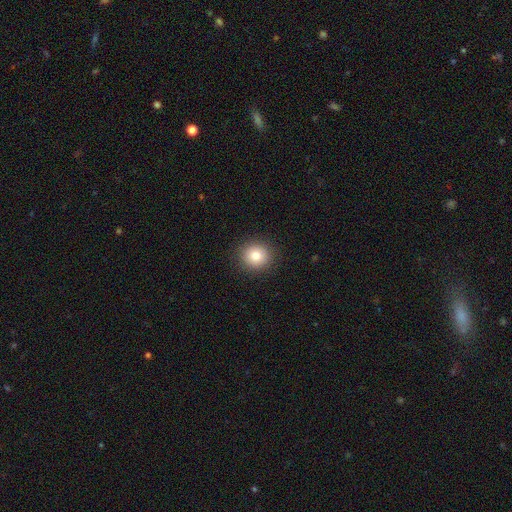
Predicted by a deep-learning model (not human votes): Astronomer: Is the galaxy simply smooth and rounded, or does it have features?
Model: smooth — 82%.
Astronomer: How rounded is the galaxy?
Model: round — 90%.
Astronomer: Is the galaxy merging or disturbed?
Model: none — 91%.